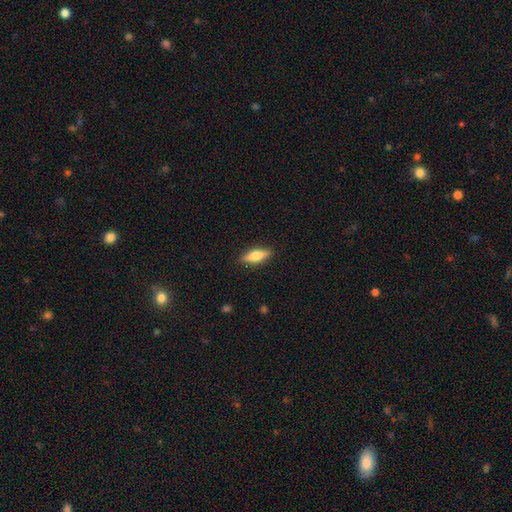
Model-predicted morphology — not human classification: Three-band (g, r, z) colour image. It shows a smooth galaxy with no disk features (61%) that is in between round and cigar-shaped (55%). Merging: none (88%).